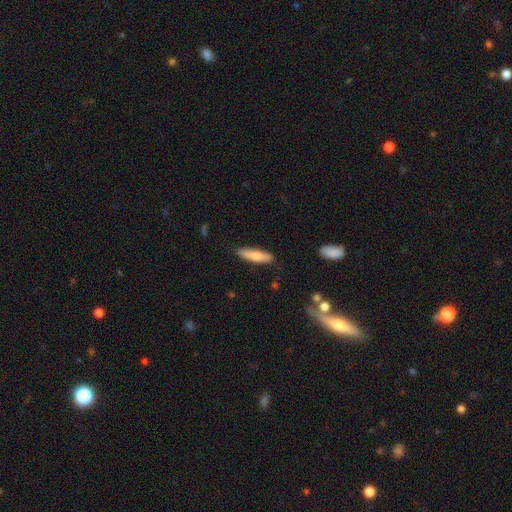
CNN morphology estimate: This is likely a smooth galaxy (71%). How rounded: likely cigar-shaped (74%). Merging: clearly none (86%).